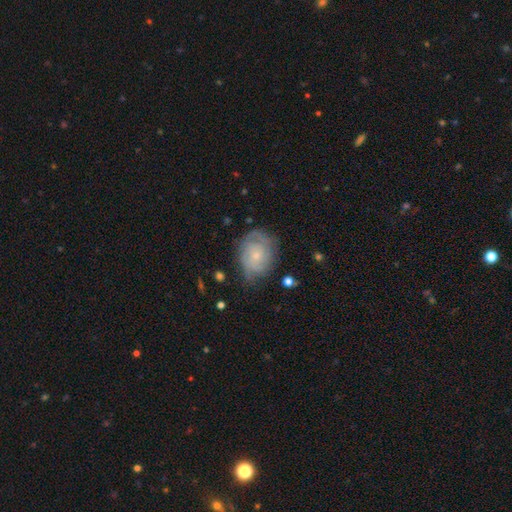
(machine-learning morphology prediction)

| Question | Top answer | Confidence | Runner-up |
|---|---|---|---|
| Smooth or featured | featured or disk | 74% | smooth (20%) |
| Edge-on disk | no | 97% | yes (3%) |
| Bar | no | 77% | weak (20%) |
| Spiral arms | yes | 92% | no (8%) |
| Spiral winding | tight | 64% | medium (28%) |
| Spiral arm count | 2 | 33% | can't tell (32%) |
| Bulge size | small | 76% | moderate (18%) |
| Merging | none | 68% | minor disturbance (22%) |